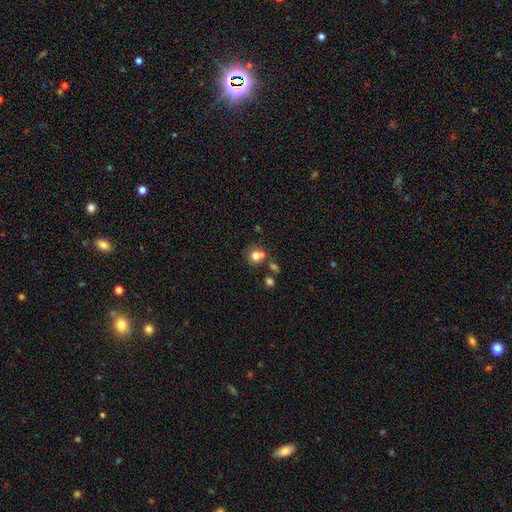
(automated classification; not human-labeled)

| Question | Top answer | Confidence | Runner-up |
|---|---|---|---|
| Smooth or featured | smooth | 74% | featured or disk (14%) |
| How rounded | round | 80% | in between (19%) |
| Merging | none | 49% | merger (36%) |